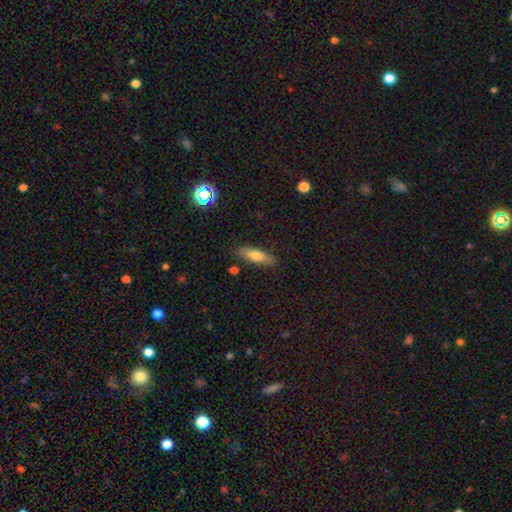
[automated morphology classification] Smooth or featured: smooth — 70% (featured or disk — 22%)
How rounded: cigar-shaped — 52% (in between — 46%)
Merging: none — 84% (minor disturbance — 11%)